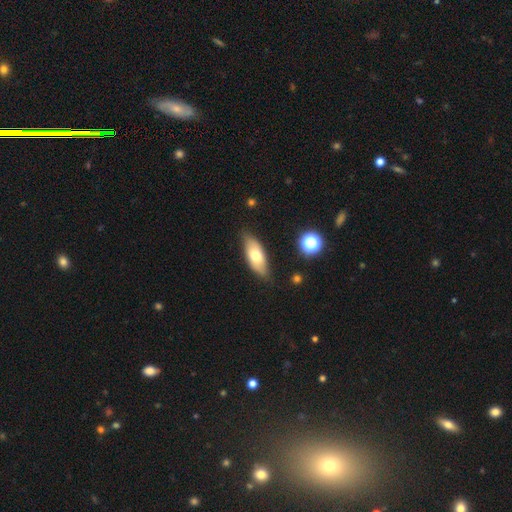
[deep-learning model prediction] This appears to be a smooth galaxy with no disk features (67%) that is in between round and cigar-shaped (80%). Merging: none (80%).